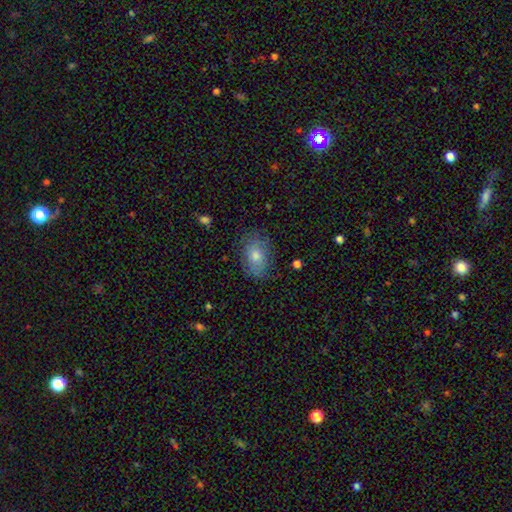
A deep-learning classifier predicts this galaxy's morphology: Overall: smooth (71%). How rounded: in between (82%). Merging: none (80%).